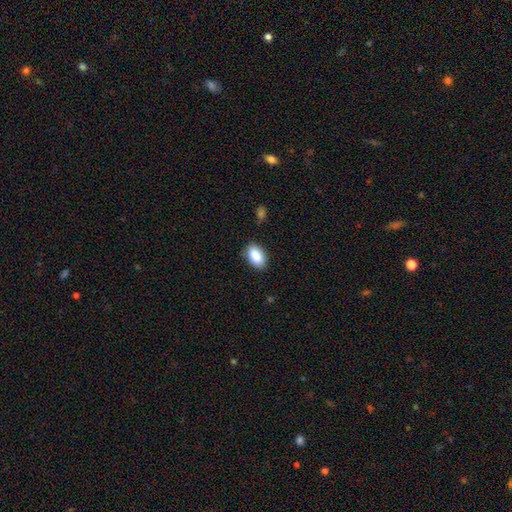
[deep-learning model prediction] Smooth or featured?
  - smooth: 89% *
  - star or artifact: 7%
  - featured or disk: 4%
How rounded?
  - in between: 92% *
  - round: 6%
  - cigar-shaped: 2%
Merging?
  - none: 84% *
  - minor disturbance: 12%
  - major disturbance: 3%
  - merger: 2%